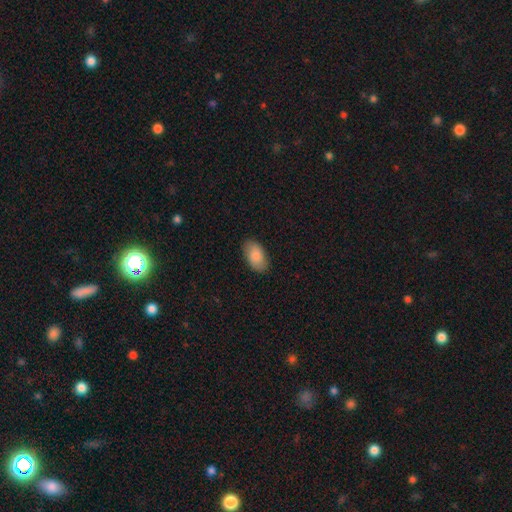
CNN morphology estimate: Overall: smooth (87%). How rounded: in between (94%). Merging: none (85%).